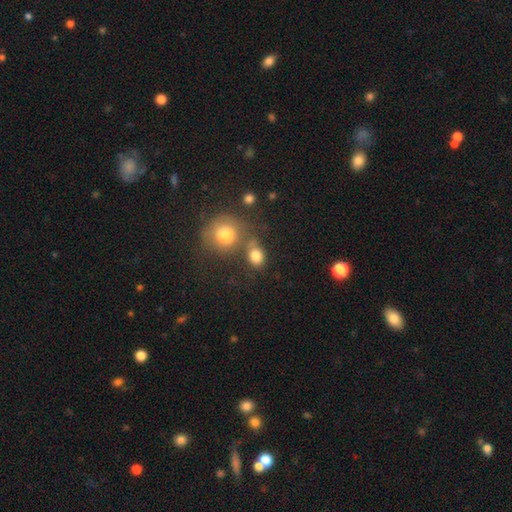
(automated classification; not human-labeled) This appears to be a smooth galaxy with no disk features (82%) that is round (50%). Merging: none (53%).